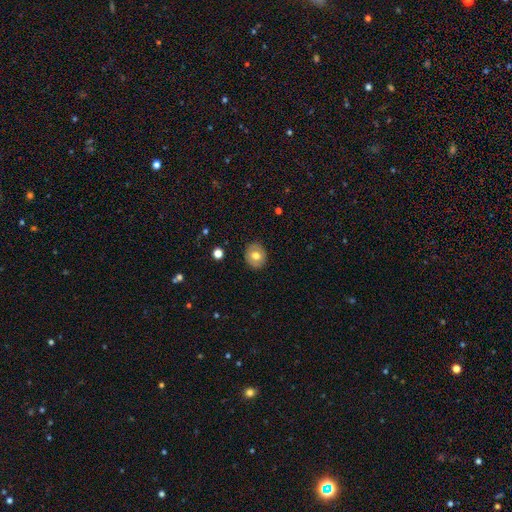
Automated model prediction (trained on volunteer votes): The model was most divided on "how rounded": round: 71%, in between: 28%, cigar-shaped: 1%. More confident: merging — none (89%); smooth or featured — smooth (70%).